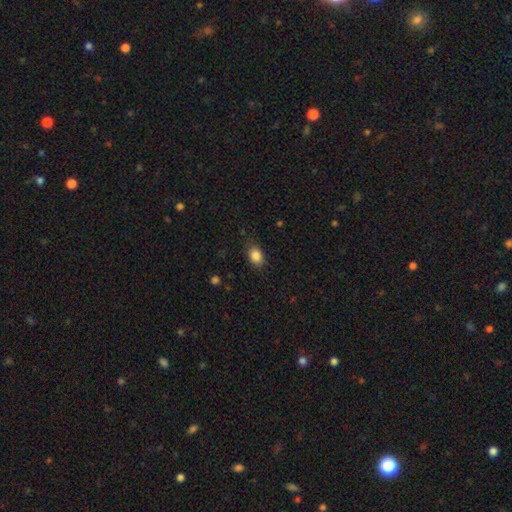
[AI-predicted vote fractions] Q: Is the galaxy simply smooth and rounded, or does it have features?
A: smooth — 86%.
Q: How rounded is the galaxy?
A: in between — 79%.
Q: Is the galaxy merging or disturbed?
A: none — 82%.